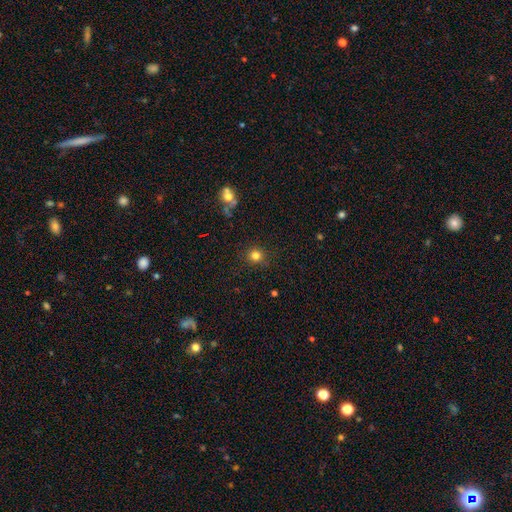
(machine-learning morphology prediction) smooth 80%, star or artifact 15%, featured or disk 6%. Down the decision tree: how rounded — round (92%); merging — none (88%).